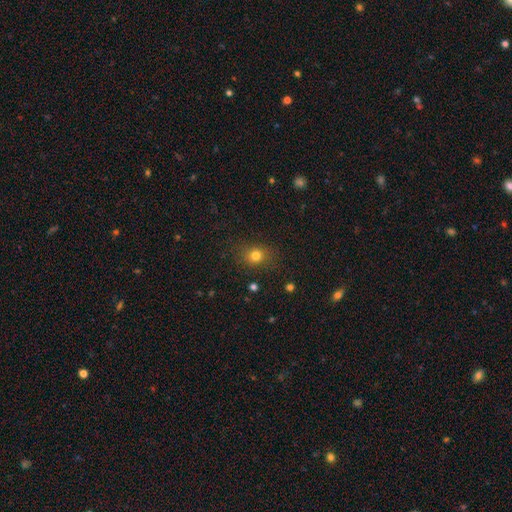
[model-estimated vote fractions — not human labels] This is likely a smooth galaxy (77%). How rounded: likely round (68%). Merging: clearly none (84%).